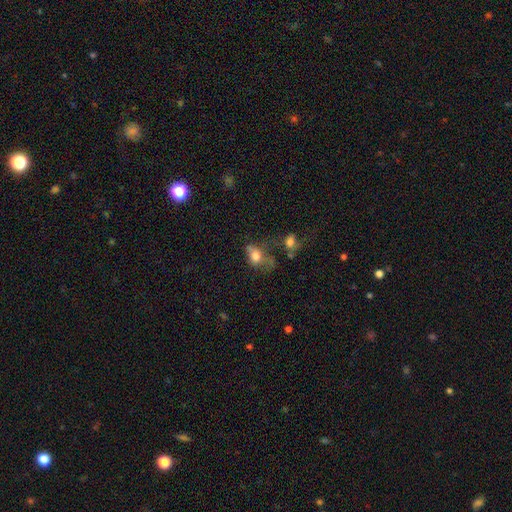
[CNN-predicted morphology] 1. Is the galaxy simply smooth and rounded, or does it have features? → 67% smooth, 21% featured or disk, 12% star or artifact.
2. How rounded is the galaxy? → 70% in between, 26% round, 3% cigar-shaped.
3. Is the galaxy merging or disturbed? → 34% major disturbance, 24% none, 22% merger, 20% minor disturbance.